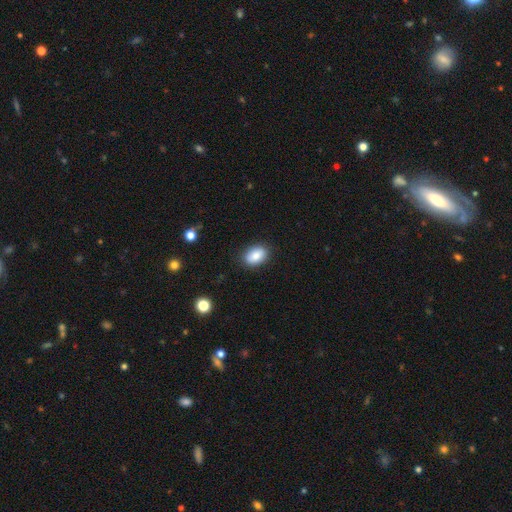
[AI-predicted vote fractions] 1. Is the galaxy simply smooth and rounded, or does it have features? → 84% smooth, 8% star or artifact, 8% featured or disk.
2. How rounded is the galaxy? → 83% in between, 16% round, 1% cigar-shaped.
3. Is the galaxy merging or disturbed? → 86% none, 10% minor disturbance, 2% major disturbance, 1% merger.